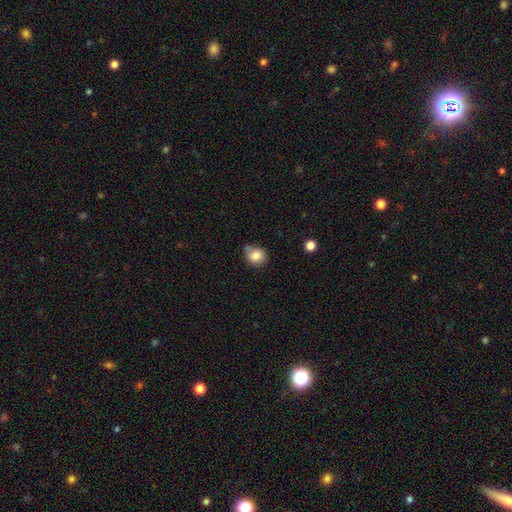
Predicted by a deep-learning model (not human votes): Smooth or featured? smooth (83%)
How rounded? round (78%)
Merging? none (61%)